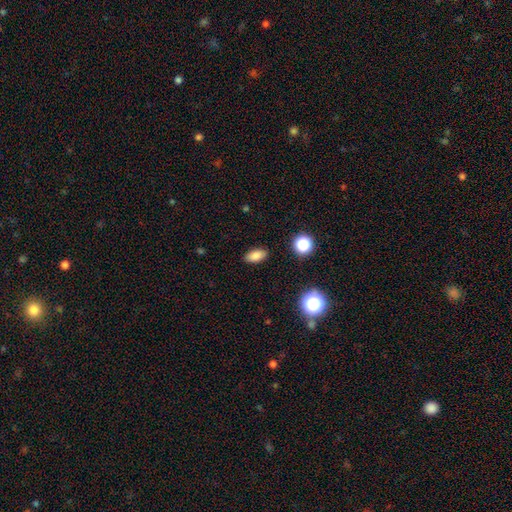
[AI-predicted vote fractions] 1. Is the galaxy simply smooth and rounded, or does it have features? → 83% smooth, 11% star or artifact, 6% featured or disk.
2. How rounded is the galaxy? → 87% in between, 7% round, 6% cigar-shaped.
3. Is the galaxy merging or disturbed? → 88% none, 8% minor disturbance, 2% major disturbance, 1% merger.